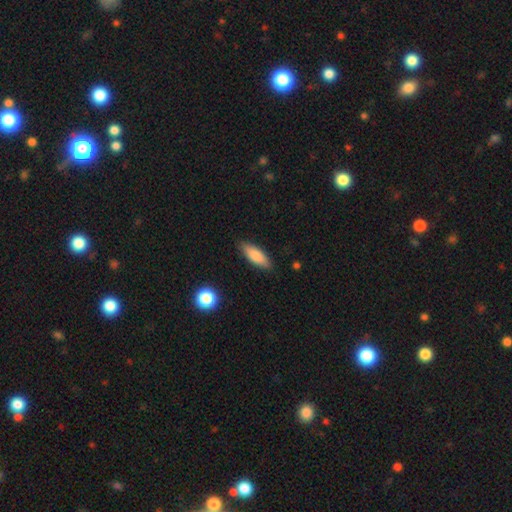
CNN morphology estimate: Smooth or featured? smooth (82%)
How rounded? in between (59%)
Merging? none (86%)